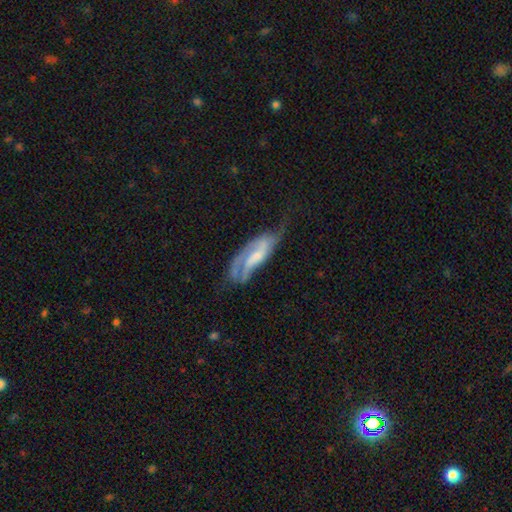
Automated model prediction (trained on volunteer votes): smooth_or_featured: featured or disk (p=0.71) [alt: smooth p=0.23]
disk_edge_on: no (p=0.87) [alt: yes p=0.13]
bar: no (p=0.45) [alt: weak p=0.37]
has_spiral_arms: yes (p=0.88) [alt: no p=0.12]
spiral_winding: medium (p=0.43) [alt: tight p=0.32]
spiral_arm_count: 2 (p=0.52) [alt: can't tell p=0.19]
bulge_size: small (p=0.38) [alt: moderate p=0.35]
merging: none (p=0.38) [alt: major disturbance p=0.30]